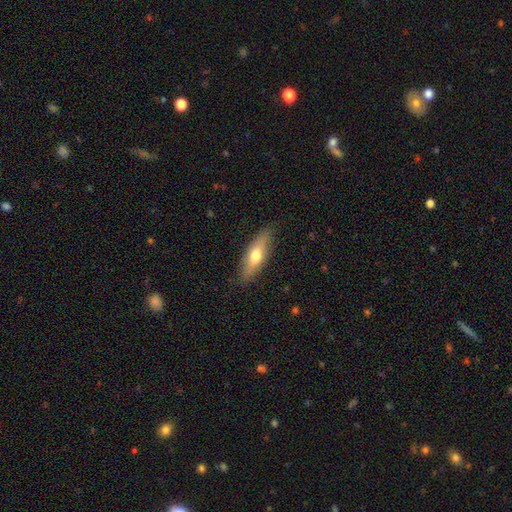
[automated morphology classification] smooth 61%, featured or disk 33%, star or artifact 6%. Down the decision tree: how rounded — cigar-shaped (50%); merging — none (84%).